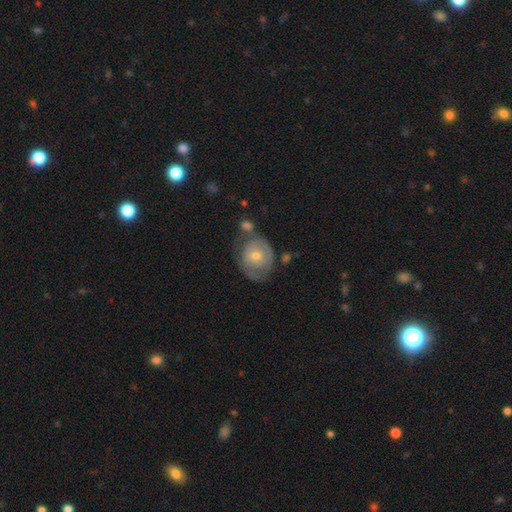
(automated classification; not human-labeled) Smooth or featured? featured or disk (56%)
Edge-on disk? no (96%)
Bar? no (76%)
Spiral arms? yes (56%)
Bulge size? moderate (55%)
Merging? none (52%)